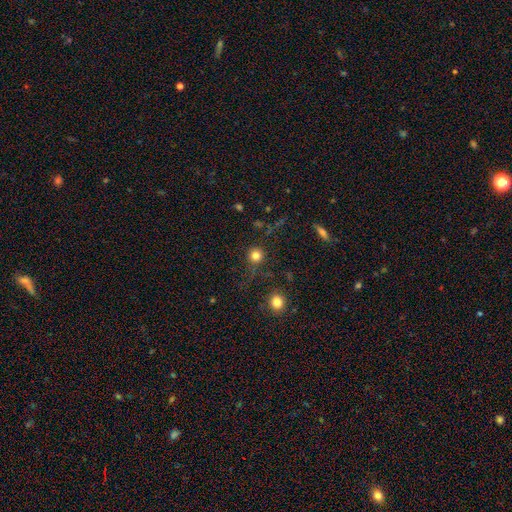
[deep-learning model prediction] This is clearly a smooth galaxy (80%). How rounded: clearly round (94%). Merging: clearly none (82%).